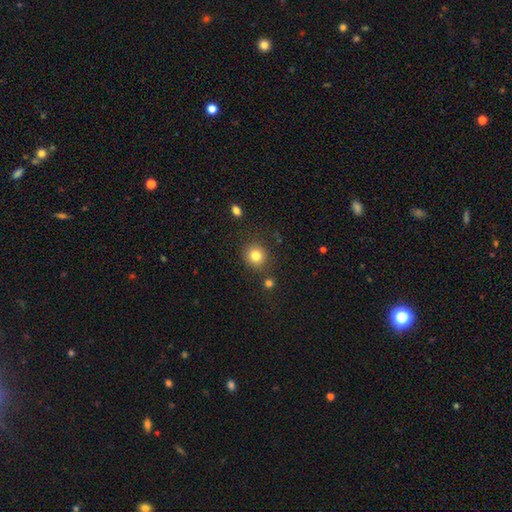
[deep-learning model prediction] smooth_or_featured: smooth (p=0.81) [alt: star or artifact p=0.12]
how_rounded: round (p=0.89) [alt: in between p=0.10]
merging: none (p=0.85) [alt: minor disturbance p=0.08]